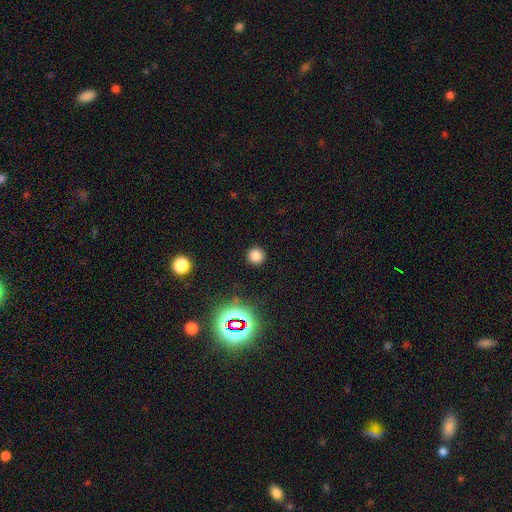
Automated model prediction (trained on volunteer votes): Smooth or featured? Predicted: smooth (p=0.79). How rounded? Predicted: round (p=0.94). Merging? Predicted: none (p=0.91).